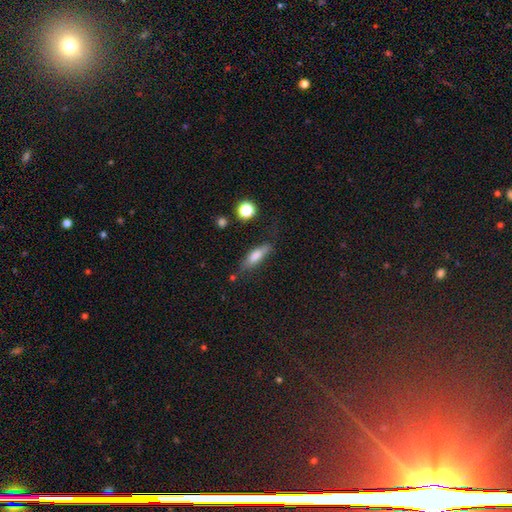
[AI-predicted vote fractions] This is likely a smooth galaxy (71%). How rounded: possibly cigar-shaped (52%). Merging: likely none (66%).